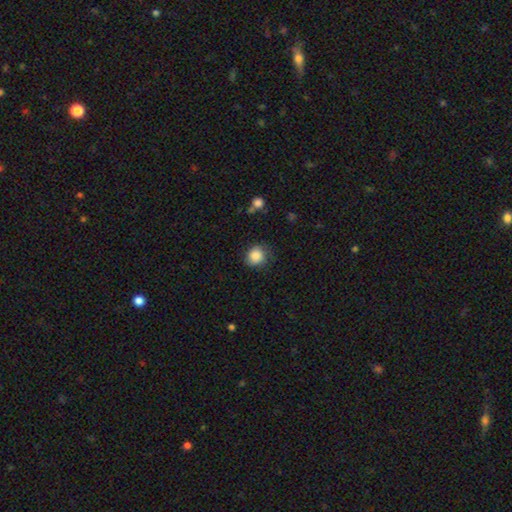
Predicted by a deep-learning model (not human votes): Overall: smooth (86%). How rounded: round (78%). Merging: none (73%).